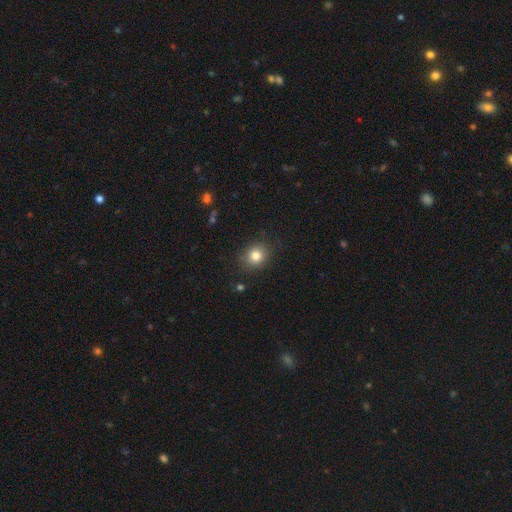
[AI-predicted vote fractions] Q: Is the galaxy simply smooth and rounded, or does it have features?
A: smooth — 81%.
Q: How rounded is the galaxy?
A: round — 73%.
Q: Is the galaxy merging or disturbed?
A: none — 86%.